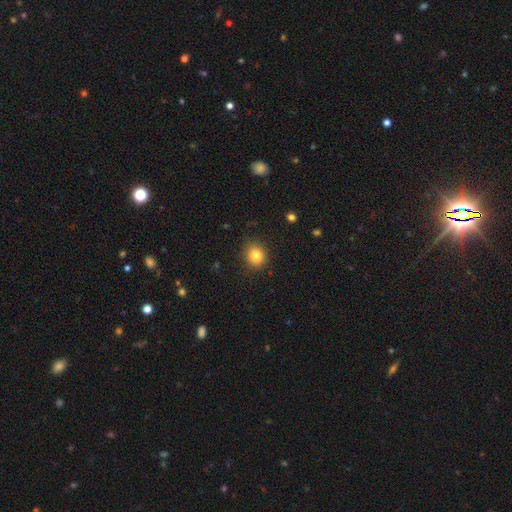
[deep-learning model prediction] This is clearly a smooth galaxy (82%). How rounded: clearly round (80%). Merging: clearly none (88%).